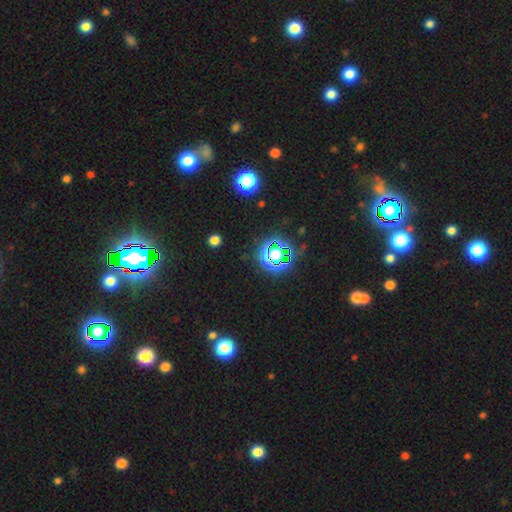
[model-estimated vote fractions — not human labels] The model was most divided on "smooth or featured": star or artifact: 78%, smooth: 15%, featured or disk: 7%.